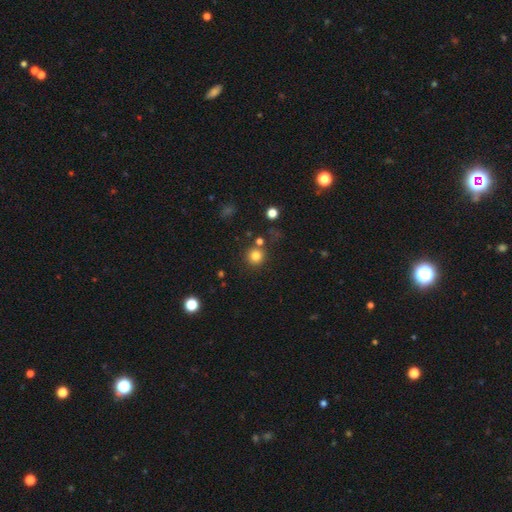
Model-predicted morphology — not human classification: This is clearly a smooth galaxy (80%). How rounded: clearly round (94%). Merging: likely none (79%).